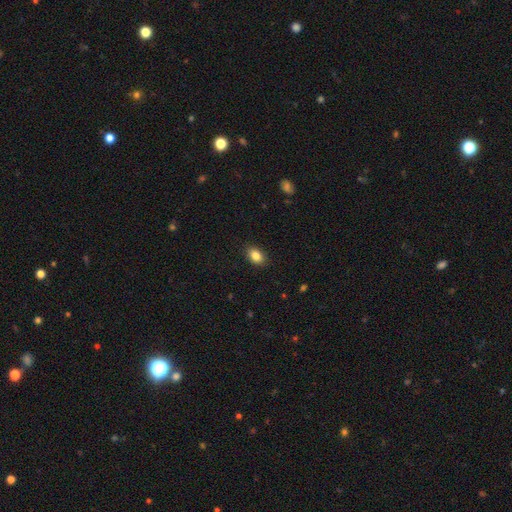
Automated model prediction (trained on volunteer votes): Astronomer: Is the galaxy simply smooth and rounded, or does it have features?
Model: smooth — 86%.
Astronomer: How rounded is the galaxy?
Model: in between — 83%.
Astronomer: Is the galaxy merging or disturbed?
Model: none — 88%.